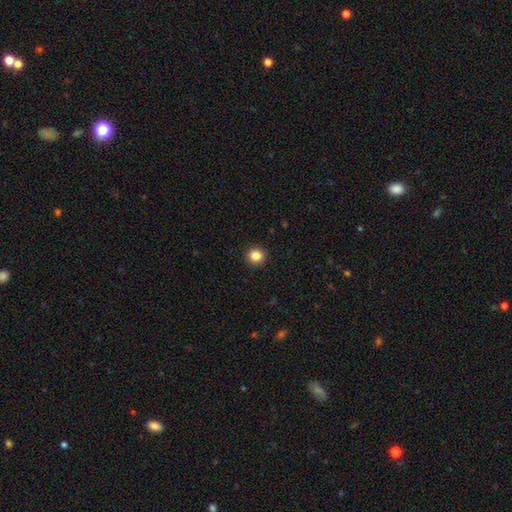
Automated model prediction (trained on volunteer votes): smooth-or-featured: smooth: 84% | star or artifact: 11% | featured or disk: 5%
  how-rounded: round: 93% | in between: 6% | cigar-shaped: 1%
  merging: none: 93% | minor disturbance: 4% | major disturbance: 1% | merger: 1%